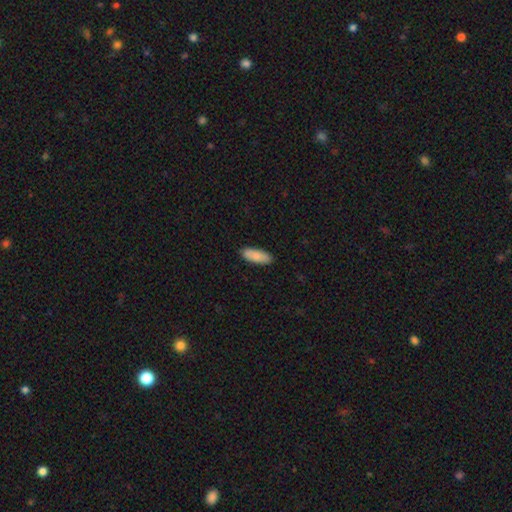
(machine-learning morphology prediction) Smooth or featured? Predicted: smooth (p=0.87). How rounded? Predicted: in between (p=0.71). Merging? Predicted: none (p=0.88).